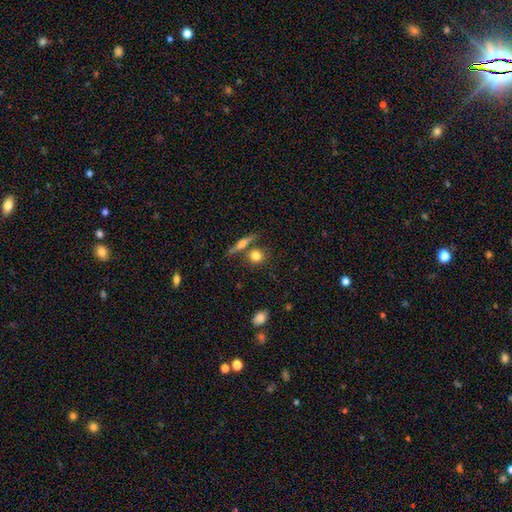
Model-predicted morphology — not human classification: Overall: smooth (80%). How rounded: round (78%). Merging: none (68%).